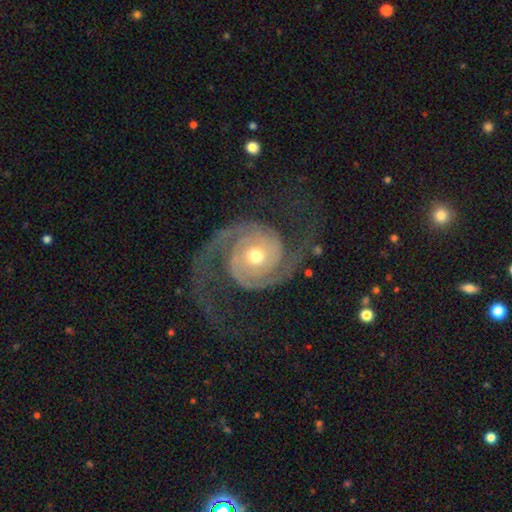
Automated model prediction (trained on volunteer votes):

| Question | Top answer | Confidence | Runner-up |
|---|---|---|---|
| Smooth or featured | featured or disk | 92% | star or artifact (5%) |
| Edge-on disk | no | 98% | yes (2%) |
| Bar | no | 73% | weak (19%) |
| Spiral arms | yes | 98% | no (2%) |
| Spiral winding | medium | 43% | tight (37%) |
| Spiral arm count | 2 | 93% | 3 (2%) |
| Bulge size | moderate | 67% | small (27%) |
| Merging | none | 73% | major disturbance (14%) |